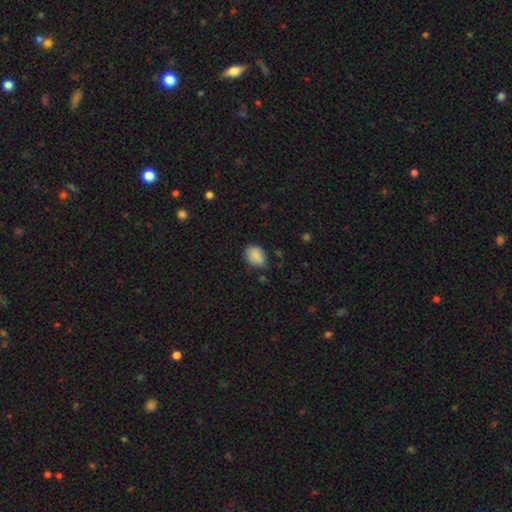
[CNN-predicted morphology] Overall: smooth (87%). How rounded: in between (77%). Merging: none (71%).